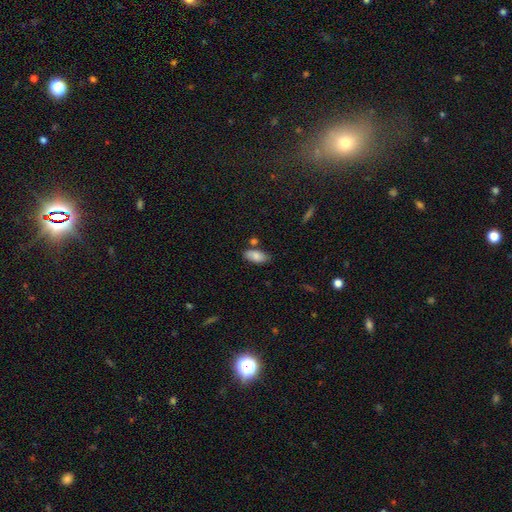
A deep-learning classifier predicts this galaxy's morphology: Smooth or featured: smooth — 81% (featured or disk — 12%)
How rounded: in between — 91% (cigar-shaped — 6%)
Merging: none — 70% (minor disturbance — 17%)